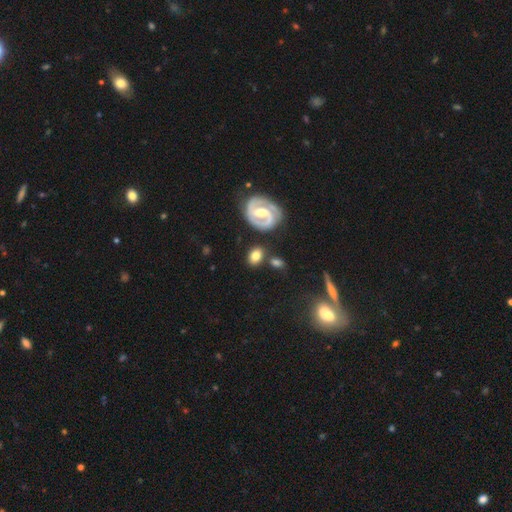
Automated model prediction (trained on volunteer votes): Smooth or featured? Predicted: smooth (p=0.66). How rounded? Predicted: in between (p=0.67). Merging? Predicted: none (p=0.72).